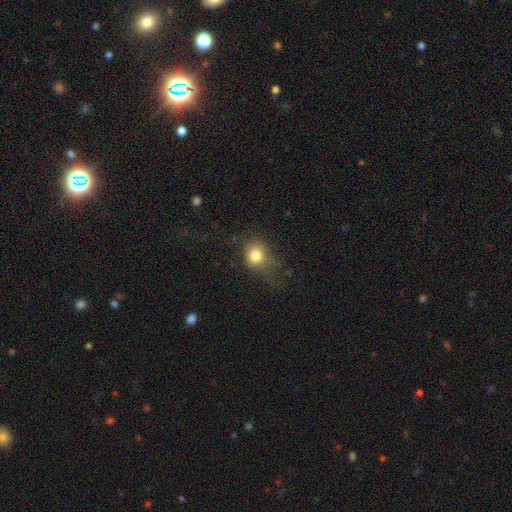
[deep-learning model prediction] smooth 80%, star or artifact 12%, featured or disk 8%. Down the decision tree: how rounded — round (69%); merging — none (58%).